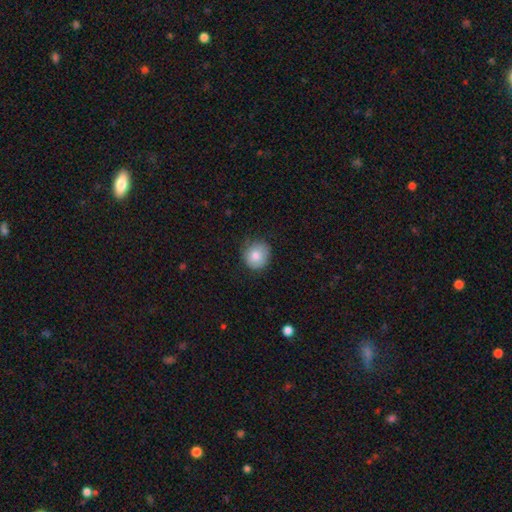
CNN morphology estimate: Q: Smooth or featured?
A: smooth (81%); runner-up: featured or disk (11%)
Q: How rounded?
A: round (87%); runner-up: in between (12%)
Q: Merging?
A: none (74%); runner-up: minor disturbance (21%)